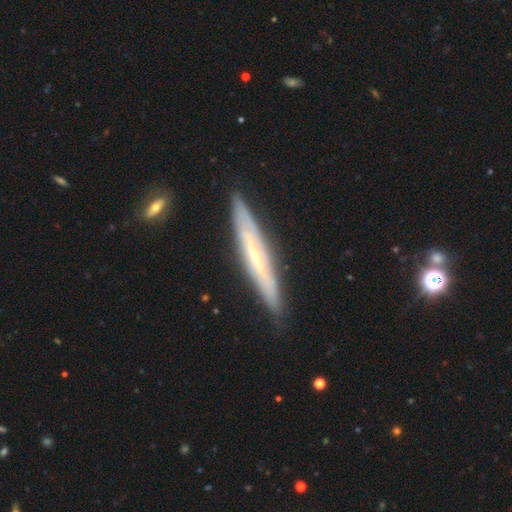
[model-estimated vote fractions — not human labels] Smooth or featured: featured or disk — 62% (smooth — 32%)
Edge-on disk: yes — 85% (no — 15%)
Edge-on bulge: none — 63% (rounded — 30%)
Merging: none — 85% (minor disturbance — 11%)